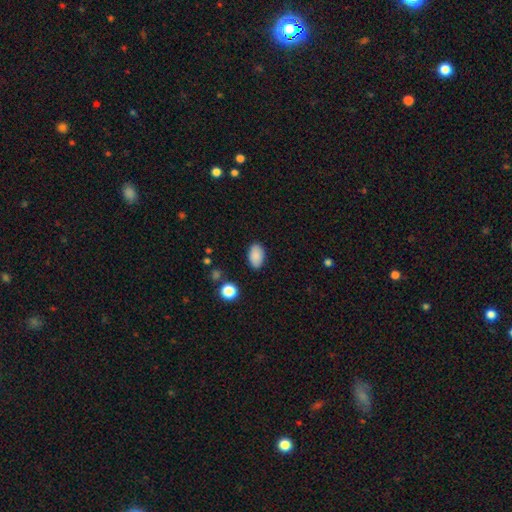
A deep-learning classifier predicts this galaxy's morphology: Smooth or featured?
  - smooth: 88% *
  - star or artifact: 8%
  - featured or disk: 4%
How rounded?
  - in between: 92% *
  - round: 6%
  - cigar-shaped: 1%
Merging?
  - none: 87% *
  - minor disturbance: 9%
  - major disturbance: 2%
  - merger: 1%